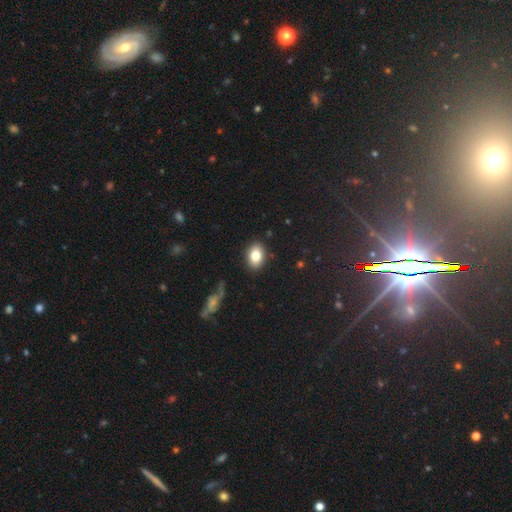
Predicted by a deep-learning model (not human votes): smooth 81%, featured or disk 10%, star or artifact 9%. Down the decision tree: how rounded — in between (75%); merging — none (88%).